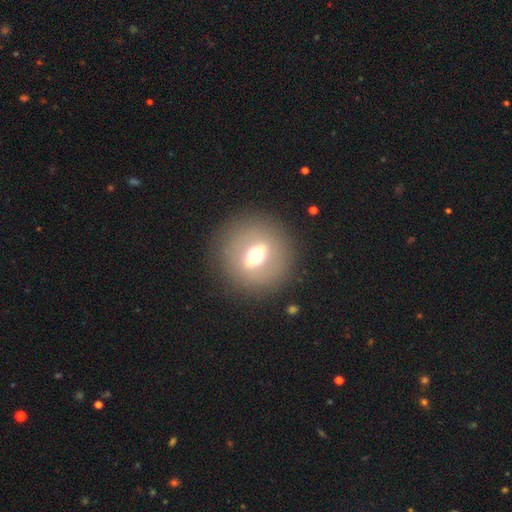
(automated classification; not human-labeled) featured or disk 50%, smooth 37%, star or artifact 13%. Down the decision tree: merging — none (86%).